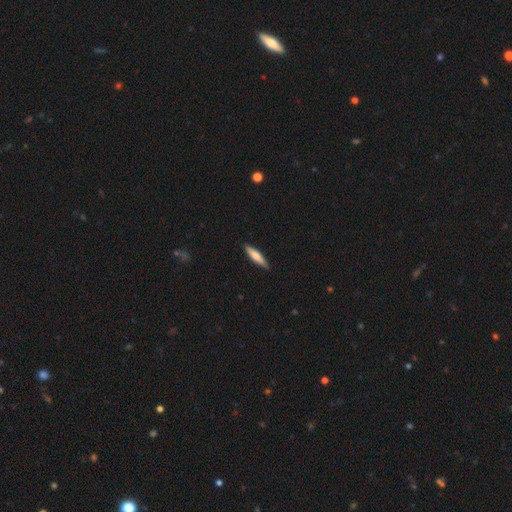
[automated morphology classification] Smooth or featured? Predicted: smooth (p=0.68). How rounded? Predicted: cigar-shaped (p=0.83). Merging? Predicted: none (p=0.89).